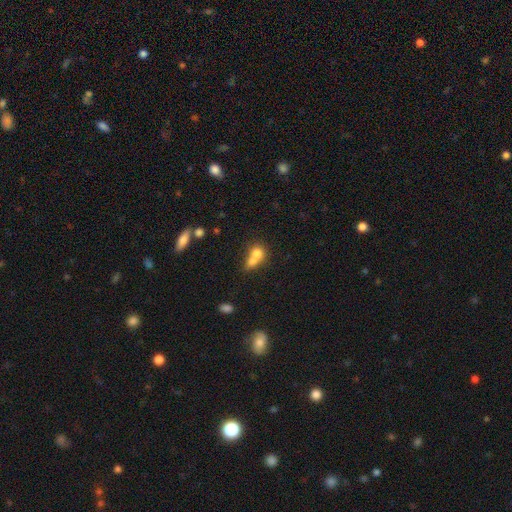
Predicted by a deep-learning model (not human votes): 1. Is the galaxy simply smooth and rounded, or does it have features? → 72% smooth, 17% featured or disk, 11% star or artifact.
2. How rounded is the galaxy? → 60% round, 37% in between, 2% cigar-shaped.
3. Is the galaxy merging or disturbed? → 68% merger, 22% none, 6% minor disturbance, 4% major disturbance.